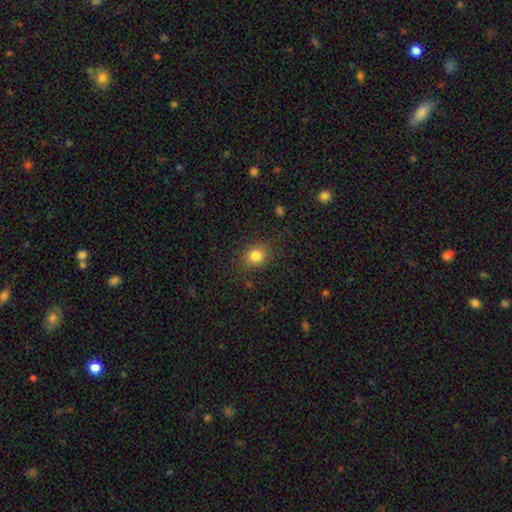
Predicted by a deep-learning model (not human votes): Overall: smooth (82%). How rounded: round (68%; in between 31%). Merging: none (84%).